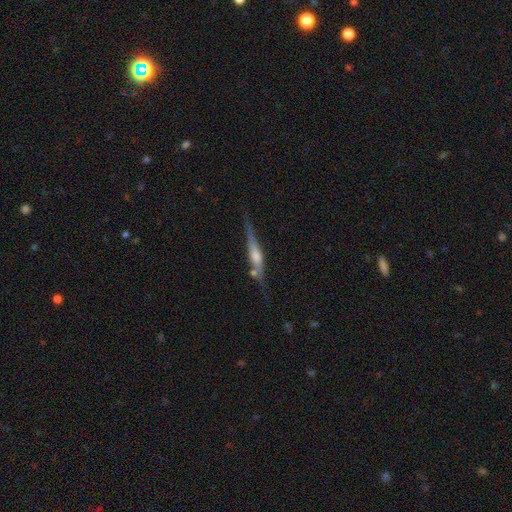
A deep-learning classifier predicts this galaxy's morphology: A featured or disk galaxy (76%) viewed edge-on (96%) with a rounded central bulge (75%).

Vote fractions:
- Smooth or featured? featured or disk: 76% / smooth: 17% / star or artifact: 7%
- Edge-on disk? yes: 96% / no: 4%
- Edge-on bulge? rounded: 75% / boxy: 16% / none: 9%
- Merging? none: 72% / minor disturbance: 17% / merger: 6% / major disturbance: 4%